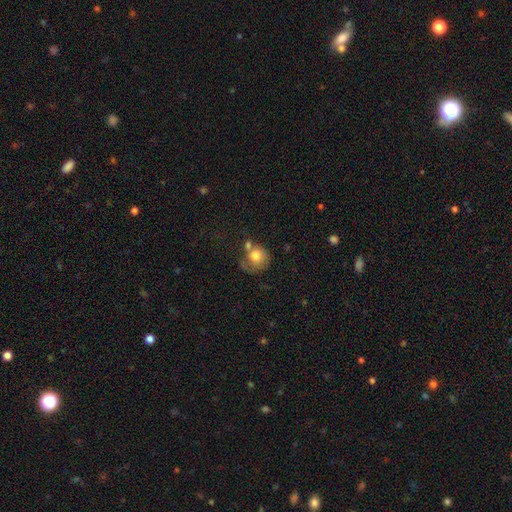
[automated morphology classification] Overall: smooth (71%). How rounded: round (78%). Merging: none (34%; merger 26%).